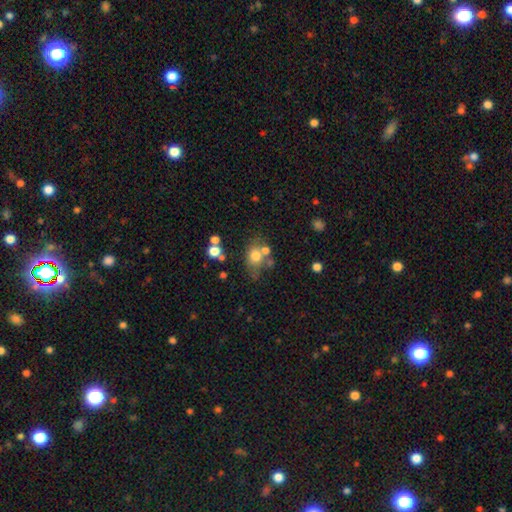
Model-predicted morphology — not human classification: A smooth galaxy with no disk features (71%) that is round (52%).

Vote fractions:
- Smooth or featured? smooth: 71% / featured or disk: 16% / star or artifact: 13%
- How rounded? round: 52% / in between: 46% / cigar-shaped: 2%
- Merging? none: 51% / merger: 25% / minor disturbance: 16% / major disturbance: 8%